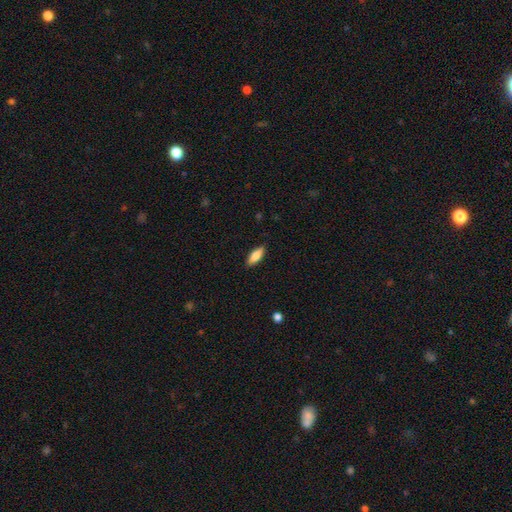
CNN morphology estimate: The model was most divided on "how rounded": in between: 68%, cigar-shaped: 30%, round: 2%. More confident: merging — none (88%); smooth or featured — smooth (83%).